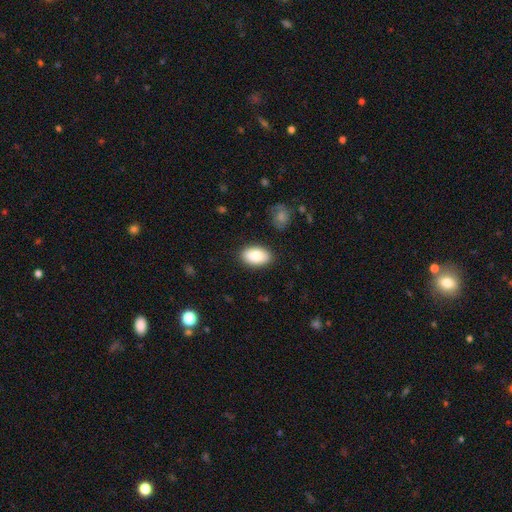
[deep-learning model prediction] Smooth or featured: smooth — 85% (featured or disk — 8%)
How rounded: in between — 93% (round — 6%)
Merging: none — 87% (minor disturbance — 9%)